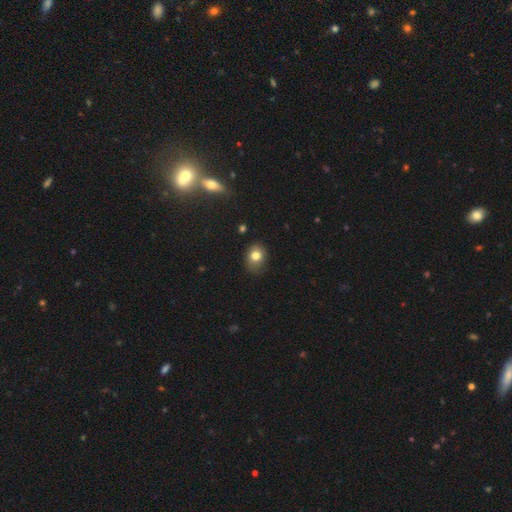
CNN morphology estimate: A smooth galaxy with no disk features (80%) that is in between round and cigar-shaped (57%).

Vote fractions:
- Smooth or featured? smooth: 80% / star or artifact: 10% / featured or disk: 10%
- How rounded? in between: 57% / round: 42% / cigar-shaped: 1%
- Merging? none: 75% / minor disturbance: 19% / major disturbance: 4% / merger: 2%